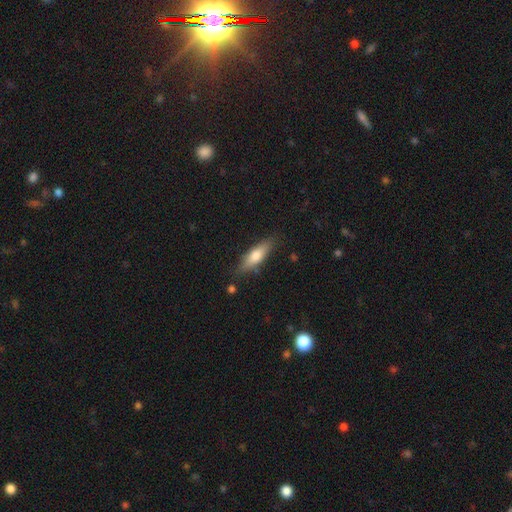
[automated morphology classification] This is likely a smooth galaxy (68%). How rounded: possibly cigar-shaped (52%). Merging: clearly none (80%).